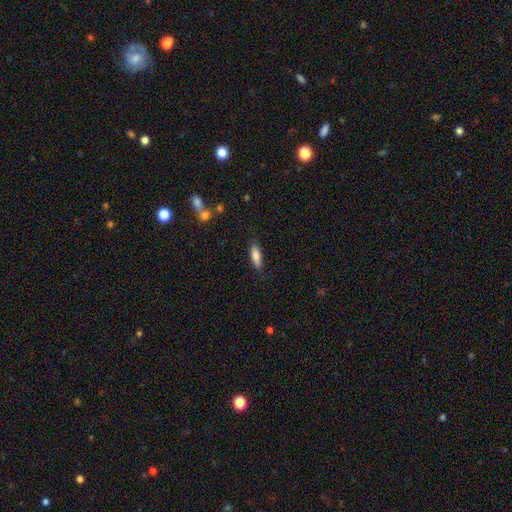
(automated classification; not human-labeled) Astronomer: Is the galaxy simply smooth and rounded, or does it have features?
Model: smooth — 82%.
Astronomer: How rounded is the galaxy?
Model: cigar-shaped — 50% (runner-up: in between, 48%).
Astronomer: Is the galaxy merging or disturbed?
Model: none — 85%.